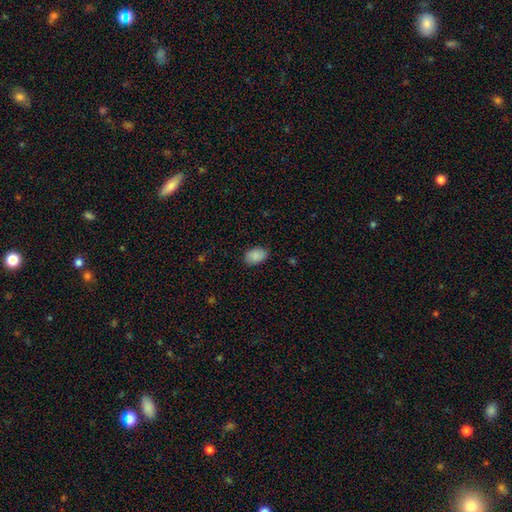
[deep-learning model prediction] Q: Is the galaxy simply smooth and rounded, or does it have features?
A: smooth — 89%.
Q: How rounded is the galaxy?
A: in between — 88%.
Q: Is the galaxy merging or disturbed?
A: none — 84%.